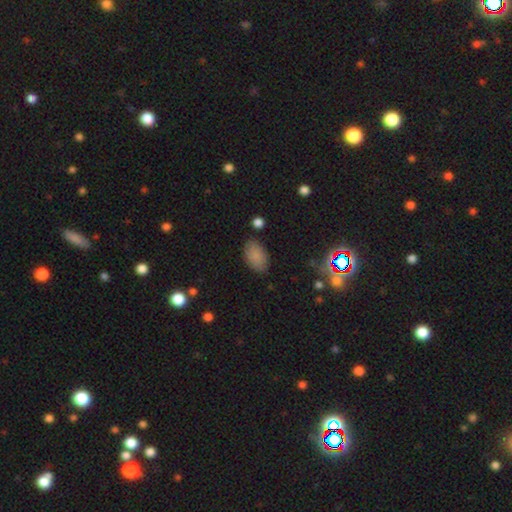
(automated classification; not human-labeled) Smooth or featured? Predicted: smooth (p=0.85). How rounded? Predicted: in between (p=0.93). Merging? Predicted: none (p=0.83).